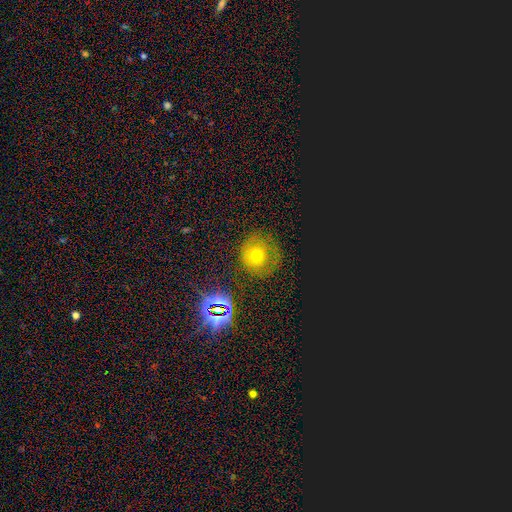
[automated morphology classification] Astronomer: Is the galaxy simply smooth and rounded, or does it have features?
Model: smooth — 57%.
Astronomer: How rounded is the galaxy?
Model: round — 87%.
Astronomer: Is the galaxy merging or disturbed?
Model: none — 69%.